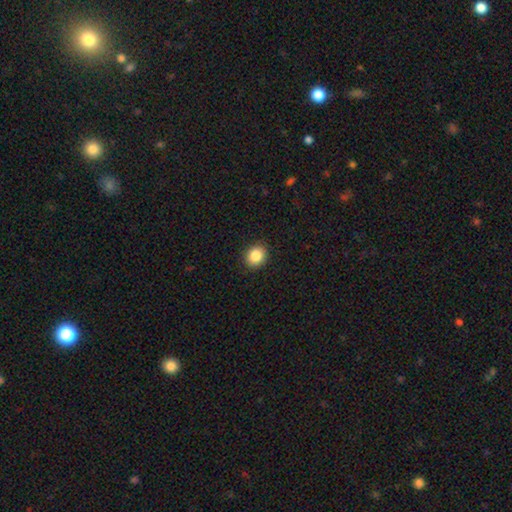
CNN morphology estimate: This appears to be a smooth galaxy with no disk features (86%) that is round (66%). Merging: none (90%).